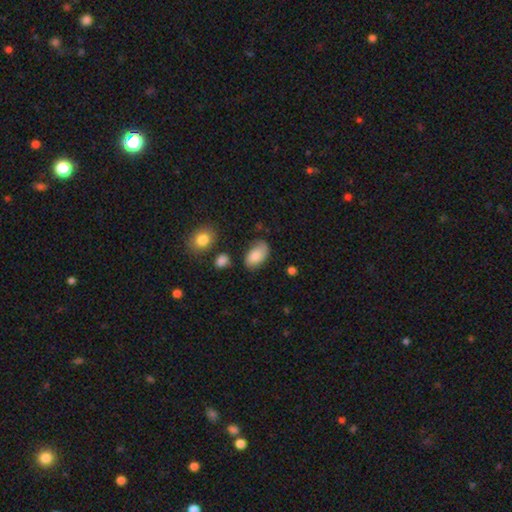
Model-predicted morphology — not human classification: Smooth or featured: smooth — 77% (featured or disk — 16%)
How rounded: in between — 93% (round — 6%)
Merging: none — 63% (minor disturbance — 27%)